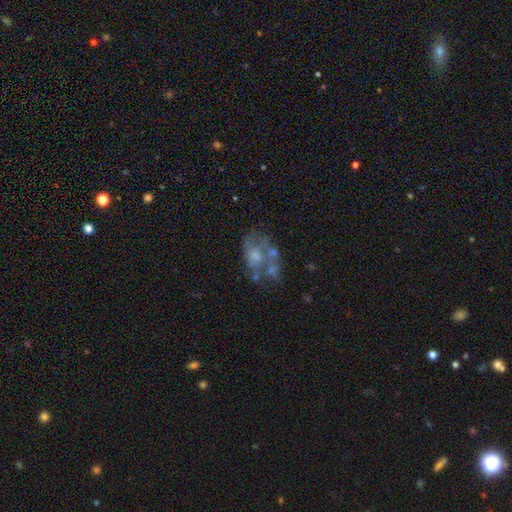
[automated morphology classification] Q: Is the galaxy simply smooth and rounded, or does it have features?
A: featured or disk — 62%.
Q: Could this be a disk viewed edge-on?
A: no — 97%.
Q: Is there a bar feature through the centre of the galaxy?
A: no — 87%.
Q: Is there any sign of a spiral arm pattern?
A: no — 76%.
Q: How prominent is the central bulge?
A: moderate — 36%.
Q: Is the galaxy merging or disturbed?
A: none — 36%.